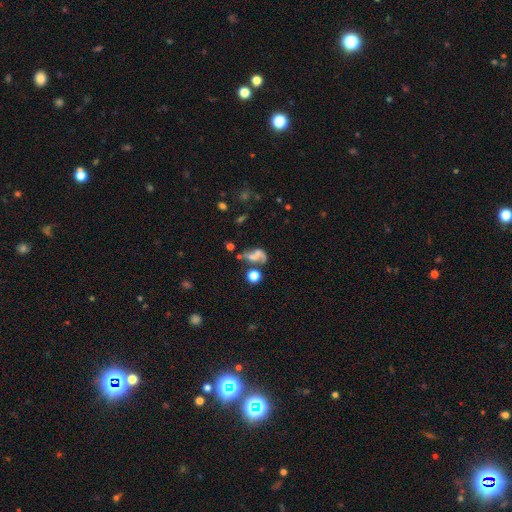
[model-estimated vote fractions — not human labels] smooth-or-featured: featured or disk: 51% | smooth: 32% | star or artifact: 17%
  disk-edge-on: no: 97% | yes: 3%
  merging: none: 31% | major disturbance: 27% | merger: 25% | minor disturbance: 17%